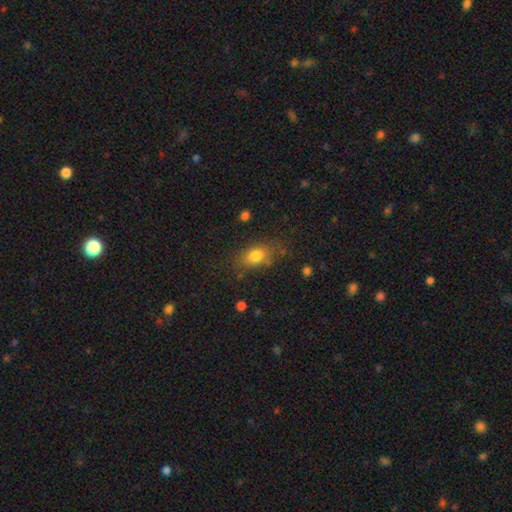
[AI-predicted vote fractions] The model was most divided on "merging": none: 72%, minor disturbance: 18%, major disturbance: 7%, merger: 3%. More confident: smooth or featured — smooth (79%); how rounded — in between (78%).